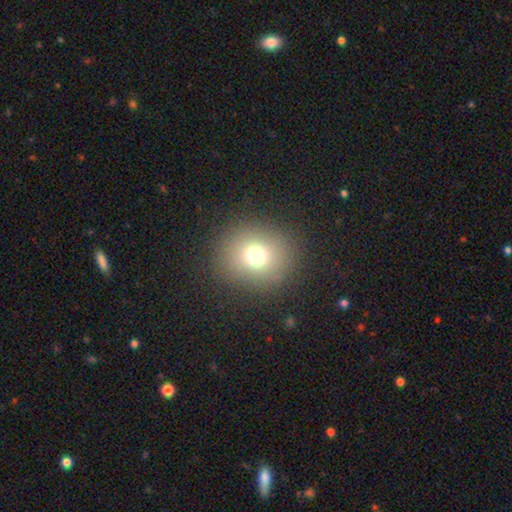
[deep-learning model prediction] The model was most divided on "how rounded": round: 77%, in between: 23%, cigar-shaped: 1%. More confident: merging — none (87%); smooth or featured — smooth (72%).